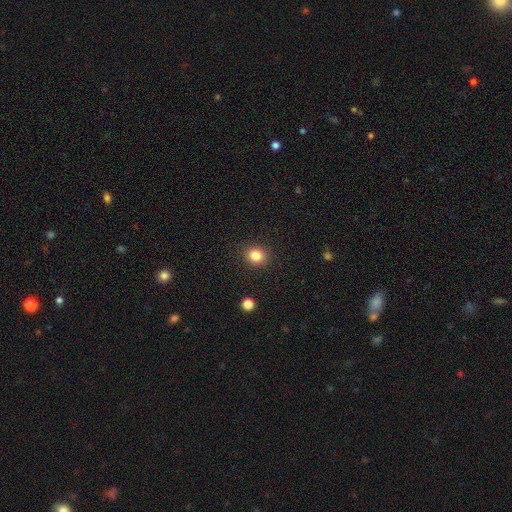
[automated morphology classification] type=smooth (83%); roundness=round (74%); merging=none (89%).